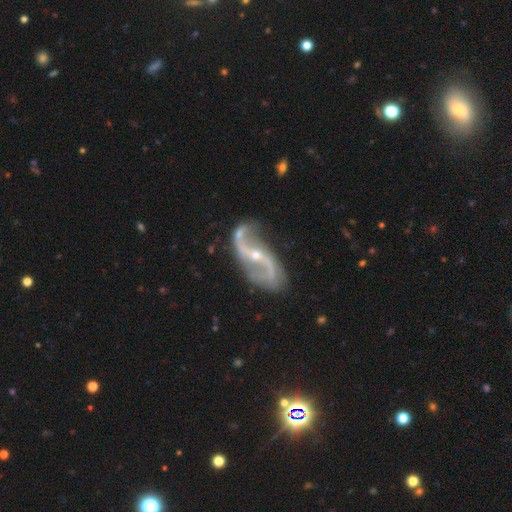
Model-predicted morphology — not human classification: Smooth or featured: featured or disk — 92% (star or artifact — 5%)
Edge-on disk: no — 97% (yes — 3%)
Bar: no — 37% (strong — 32%)
Spiral arms: yes — 97% (no — 3%)
Spiral winding: loose — 75% (medium — 19%)
Spiral arm count: 2 — 93% (can't tell — 2%)
Bulge size: small — 71% (moderate — 26%)
Merging: none — 69% (minor disturbance — 18%)